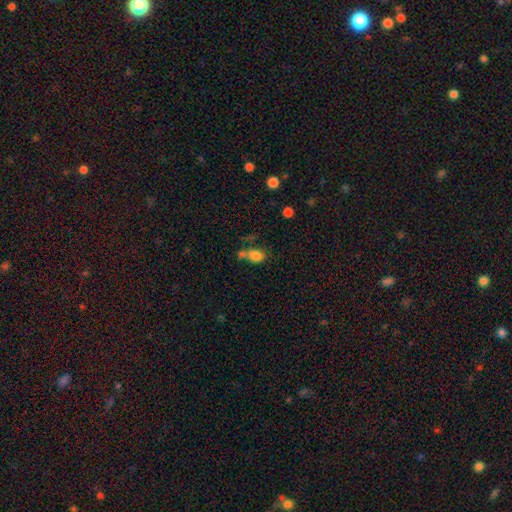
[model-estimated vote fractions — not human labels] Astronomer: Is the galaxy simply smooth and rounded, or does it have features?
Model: smooth — 77%.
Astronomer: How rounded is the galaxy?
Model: in between — 64%.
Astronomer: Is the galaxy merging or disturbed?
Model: merger — 39% (runner-up: none, 34%).